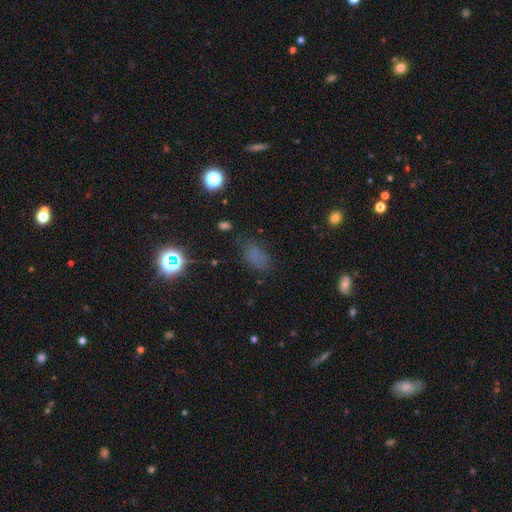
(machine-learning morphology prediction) Overall: smooth (65%). How rounded: in between (84%). Merging: none (67%).